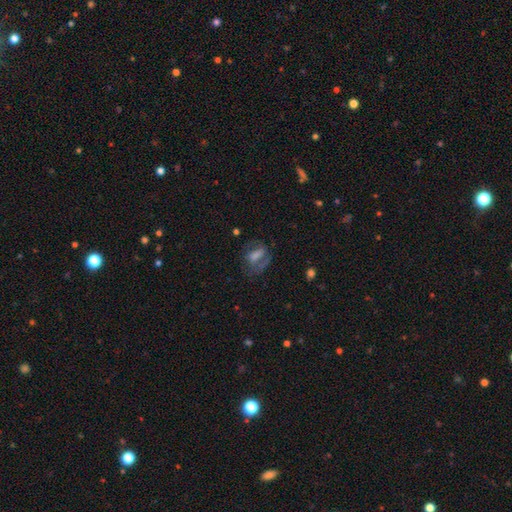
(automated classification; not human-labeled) Smooth or featured?
  - featured or disk: 47% *
  - smooth: 35%
  - star or artifact: 18%
Merging?
  - none: 53% *
  - major disturbance: 24%
  - minor disturbance: 20%
  - merger: 3%